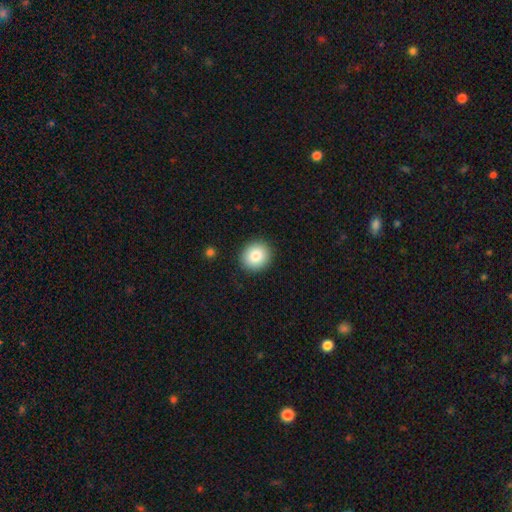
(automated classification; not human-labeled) Morphology: type=smooth (83%); roundness=round (83%); merging=none (91%).